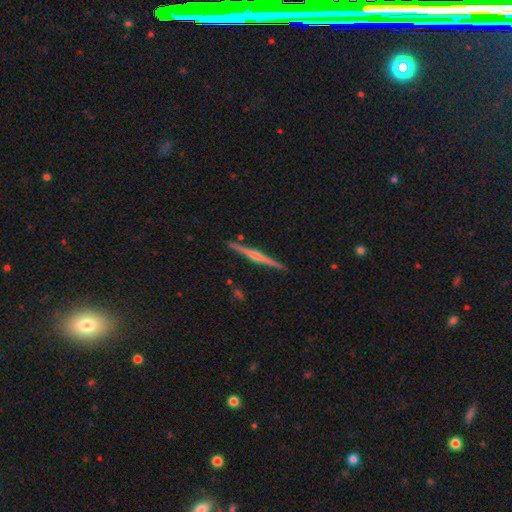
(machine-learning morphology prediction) Smooth or featured: featured or disk — 79% (smooth — 14%)
Edge-on disk: yes — 98% (no — 2%)
Edge-on bulge: rounded — 77% (none — 15%)
Merging: none — 91% (minor disturbance — 6%)